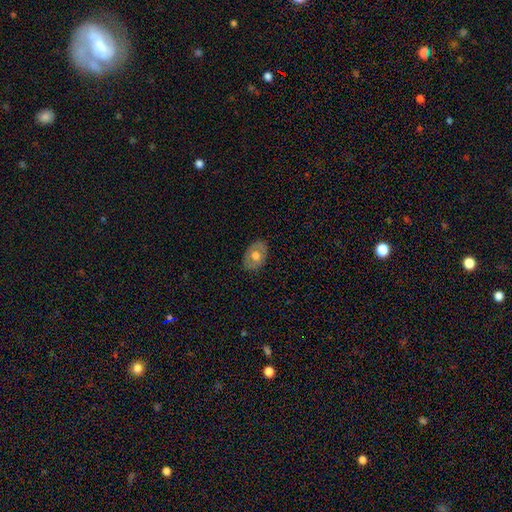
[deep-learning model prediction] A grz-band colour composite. It shows a smooth galaxy with no disk features (60%) that is in between round and cigar-shaped (79%). Merging: none (83%).